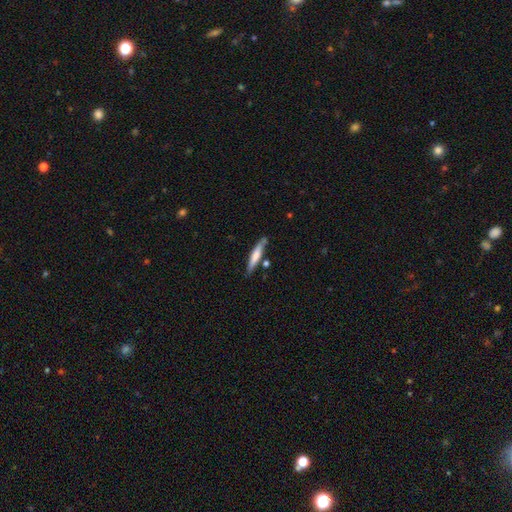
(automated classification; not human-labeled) smooth-or-featured: smooth: 61% | featured or disk: 34% | star or artifact: 5%
  how-rounded: cigar-shaped: 90% | in between: 9% | round: 1%
  merging: none: 76% | minor disturbance: 15% | merger: 6% | major disturbance: 3%